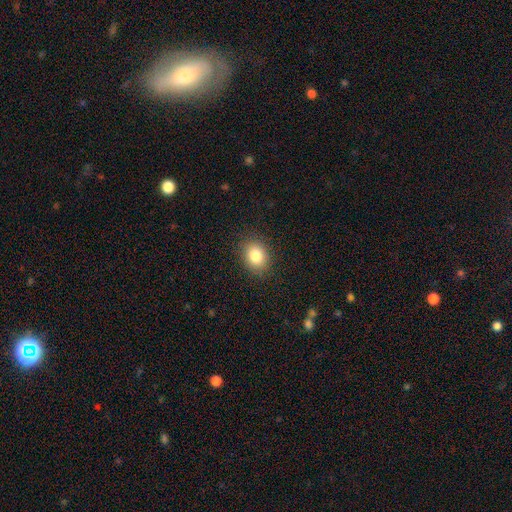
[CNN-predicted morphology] Smooth or featured? smooth (83%)
How rounded? round (52%)
Merging? none (88%)